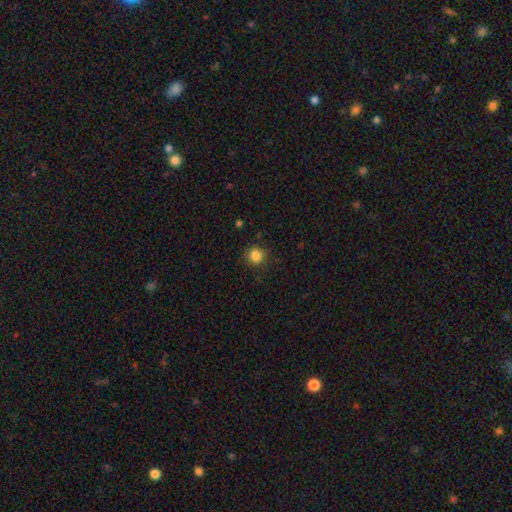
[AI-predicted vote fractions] Overall: smooth (85%). How rounded: round (90%). Merging: none (87%).